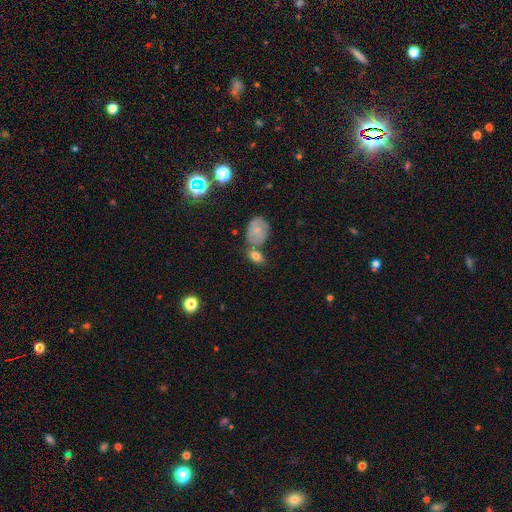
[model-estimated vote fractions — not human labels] Smooth or featured: smooth — 72% (featured or disk — 17%)
How rounded: in between — 79% (round — 18%)
Merging: none — 45% (merger — 36%)